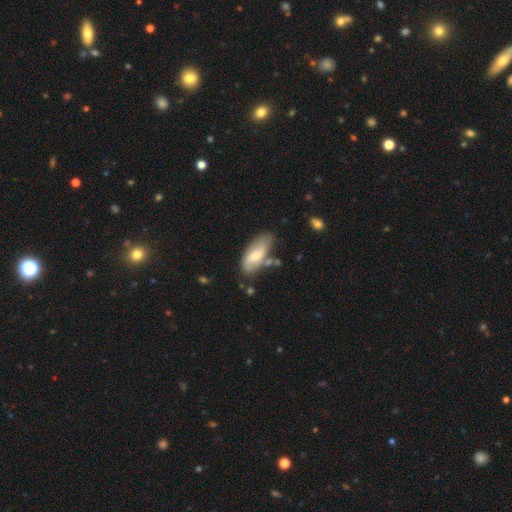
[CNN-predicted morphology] Smooth or featured? Predicted: smooth (p=0.56). How rounded? Predicted: in between (p=0.85). Merging? Predicted: none (p=0.61).